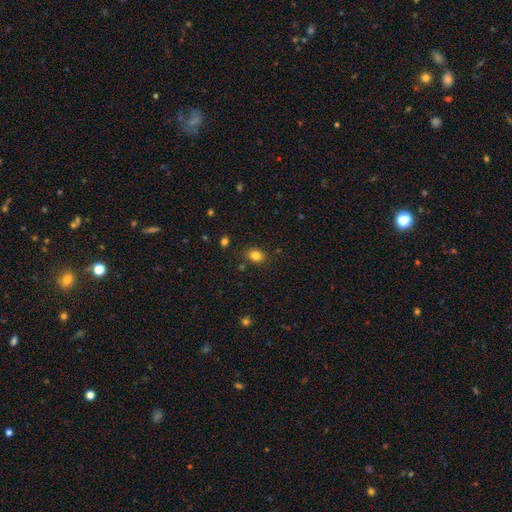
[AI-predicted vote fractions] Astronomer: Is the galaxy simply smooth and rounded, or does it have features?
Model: smooth — 82%.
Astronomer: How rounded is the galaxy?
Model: in between — 59% (runner-up: round, 40%).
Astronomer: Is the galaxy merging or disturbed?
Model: none — 83%.